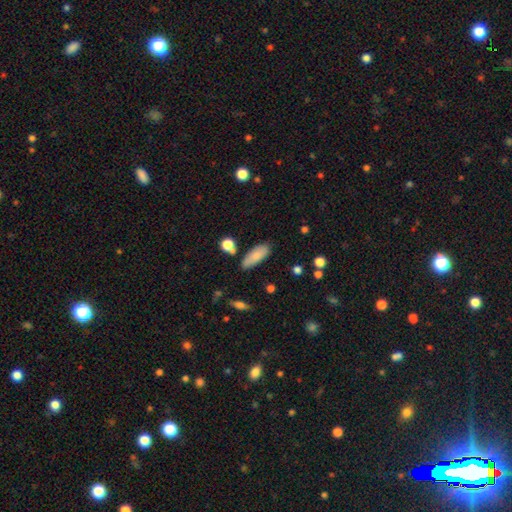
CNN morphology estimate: Smooth or featured? Predicted: smooth (p=0.81). How rounded? Predicted: in between (p=0.77). Merging? Predicted: none (p=0.75).